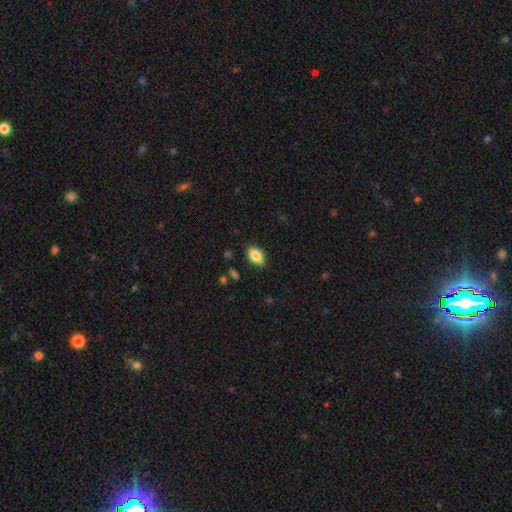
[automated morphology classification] smooth 83%, featured or disk 9%, star or artifact 8%. Down the decision tree: how rounded — in between (89%); merging — none (86%).